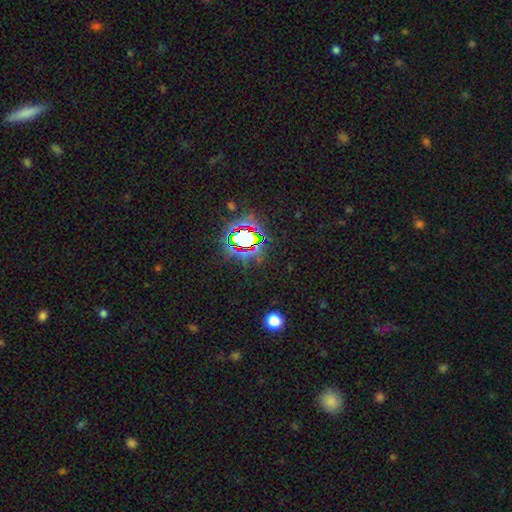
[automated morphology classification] Q: Smooth or featured?
A: star or artifact (80%); runner-up: smooth (12%)